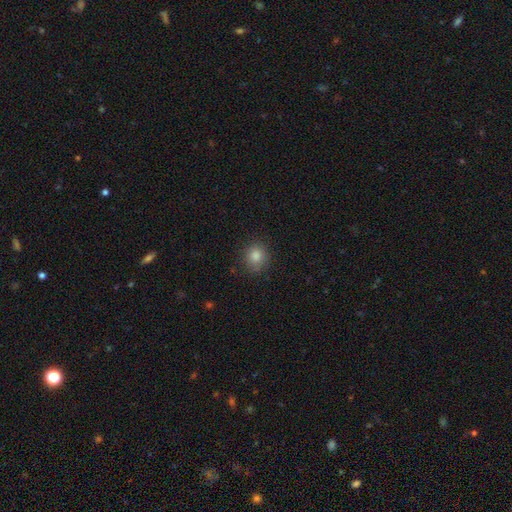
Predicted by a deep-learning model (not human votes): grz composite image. It shows a smooth galaxy with no disk features (82%) that is round (85%). Merging: none (85%).